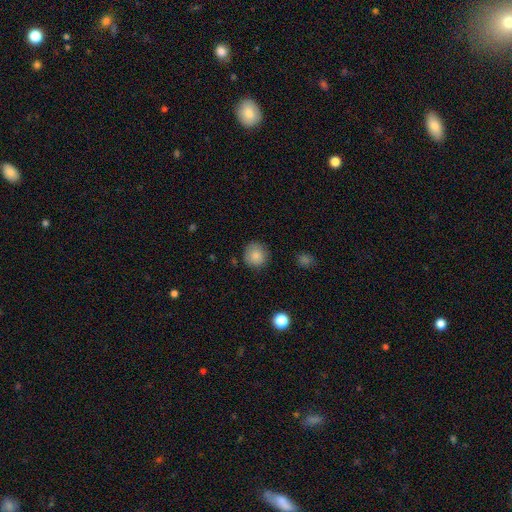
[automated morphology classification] Q: Smooth or featured?
A: smooth (85%); runner-up: star or artifact (9%)
Q: How rounded?
A: round (92%); runner-up: in between (7%)
Q: Merging?
A: none (85%); runner-up: minor disturbance (11%)